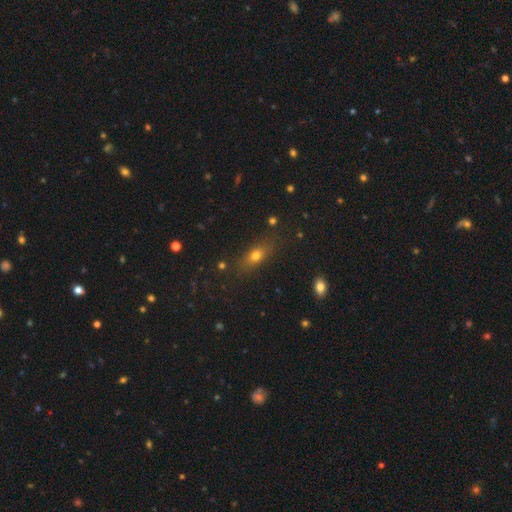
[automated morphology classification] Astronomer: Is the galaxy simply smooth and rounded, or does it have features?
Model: smooth — 67%.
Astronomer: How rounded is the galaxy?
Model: in between — 61%.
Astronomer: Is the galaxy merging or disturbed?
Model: none — 80%.